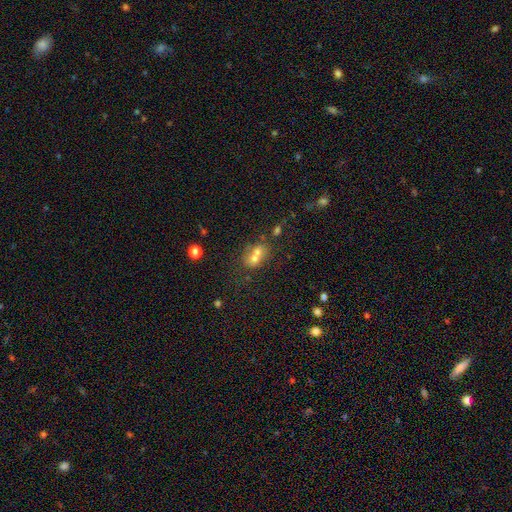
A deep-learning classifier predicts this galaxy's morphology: Smooth or featured: smooth — 64% (featured or disk — 21%)
How rounded: in between — 50% (round — 49%)
Merging: merger — 61% (none — 27%)